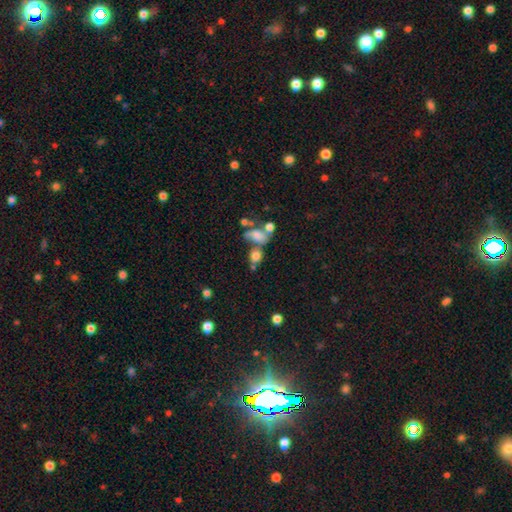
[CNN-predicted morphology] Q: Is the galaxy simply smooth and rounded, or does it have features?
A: smooth — 71%.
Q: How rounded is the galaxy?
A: round — 50%.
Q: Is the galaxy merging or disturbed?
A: merger — 41%.